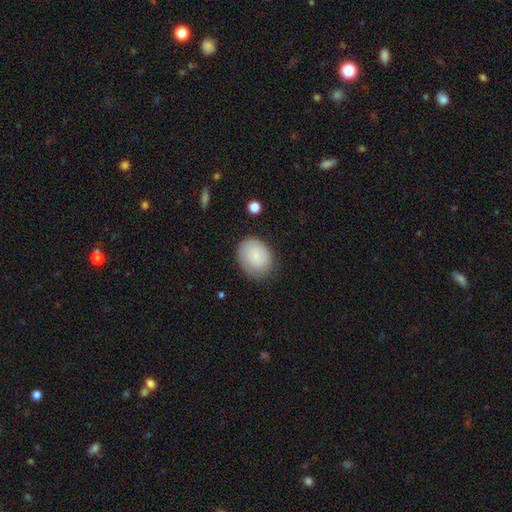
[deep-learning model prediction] The model was most divided on "how rounded": in between: 54%, round: 45%, cigar-shaped: 1%. More confident: smooth or featured — smooth (80%); merging — none (75%).